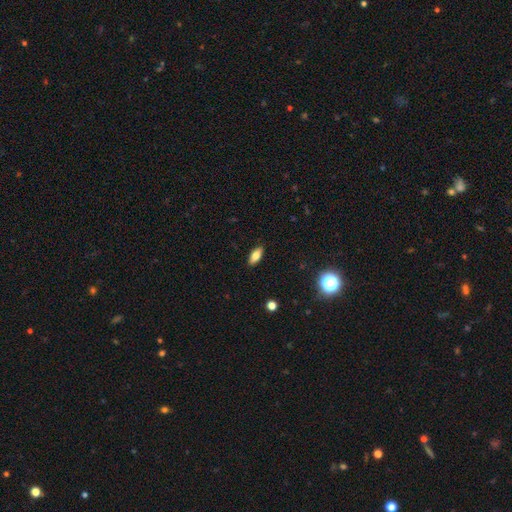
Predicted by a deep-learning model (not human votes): A smooth galaxy with no disk features (77%) that is in between round and cigar-shaped (83%).

Vote fractions:
- Smooth or featured? smooth: 77% / featured or disk: 14% / star or artifact: 9%
- How rounded? in between: 83% / cigar-shaped: 14% / round: 3%
- Merging? none: 89% / minor disturbance: 8% / major disturbance: 2% / merger: 1%